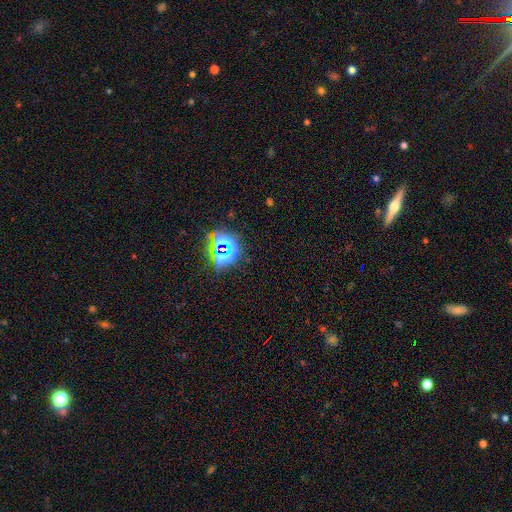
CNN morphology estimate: Smooth or featured?
  - star or artifact: 76% *
  - smooth: 15%
  - featured or disk: 9%